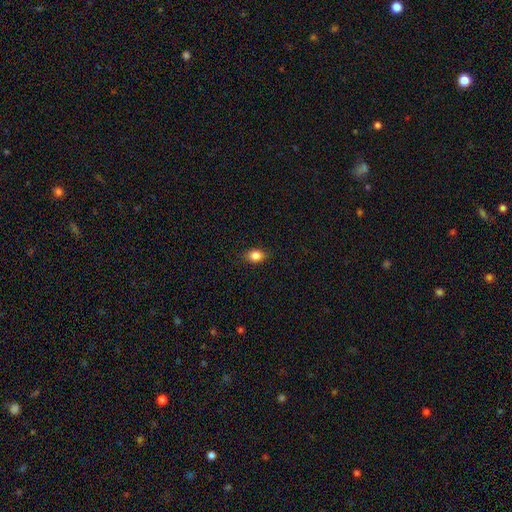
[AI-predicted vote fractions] Overall: smooth (85%). How rounded: in between (65%; round 34%). Merging: none (88%).